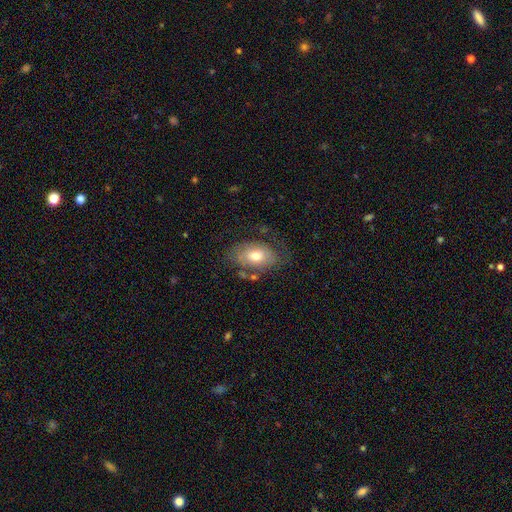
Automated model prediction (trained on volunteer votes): Smooth or featured? Predicted: smooth (p=0.58). How rounded? Predicted: in between (p=0.88). Merging? Predicted: none (p=0.60).